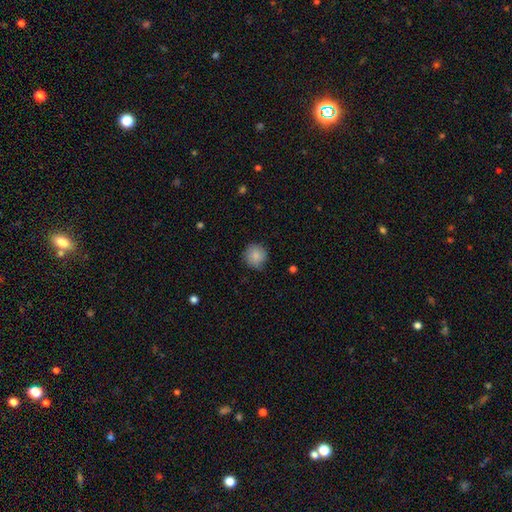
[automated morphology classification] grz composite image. It shows a smooth galaxy with no disk features (85%) that is round (93%). Merging: none (78%).